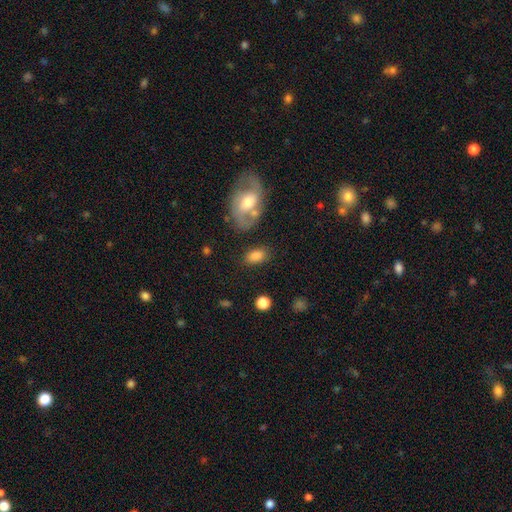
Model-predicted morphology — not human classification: smooth 82%, featured or disk 10%, star or artifact 8%. Down the decision tree: how rounded — in between (89%); merging — none (71%).